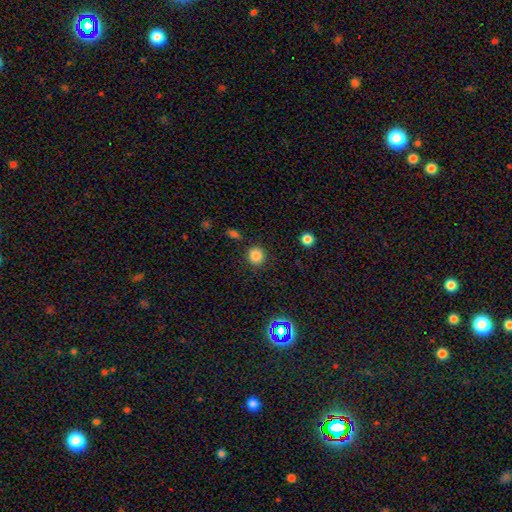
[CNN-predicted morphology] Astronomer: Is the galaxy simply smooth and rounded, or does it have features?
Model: smooth — 84%.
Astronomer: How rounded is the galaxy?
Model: round — 91%.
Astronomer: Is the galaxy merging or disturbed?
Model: none — 89%.